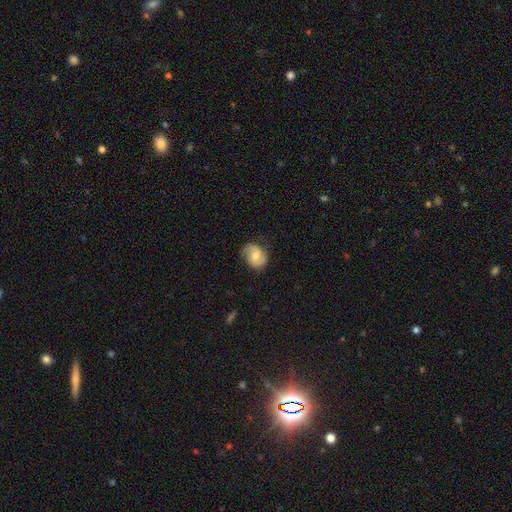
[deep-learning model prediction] This appears to be a featured or disk galaxy (68%) with no bar (49%), 2 (88%) medium (48%) spiral arms (93%) and a moderate central bulge (60%). Merging: none (76%).